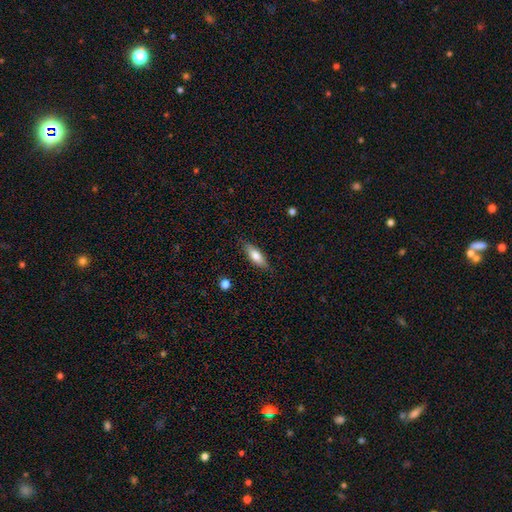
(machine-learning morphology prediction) smooth-or-featured: smooth: 73% | featured or disk: 20% | star or artifact: 6%
  how-rounded: in between: 58% | cigar-shaped: 40% | round: 2%
  merging: none: 85% | minor disturbance: 12% | major disturbance: 2% | merger: 1%